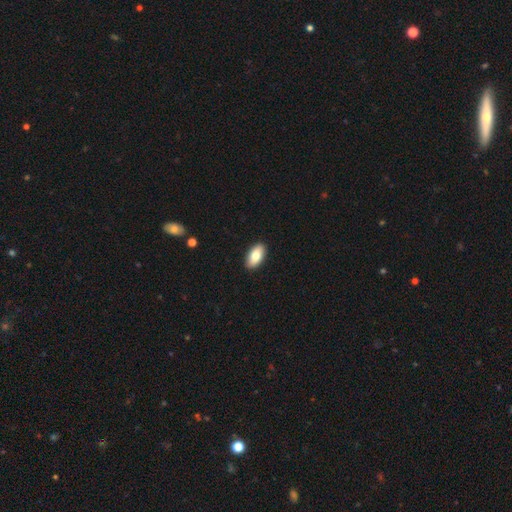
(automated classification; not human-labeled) A smooth galaxy with no disk features (81%) that is in between round and cigar-shaped (94%). Merging: none (91%).